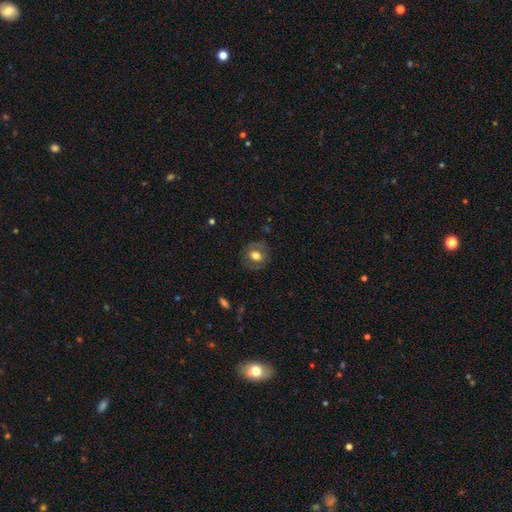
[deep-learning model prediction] Smooth or featured: smooth — 57% (featured or disk — 34%)
How rounded: round — 68% (in between — 31%)
Merging: none — 78% (minor disturbance — 15%)